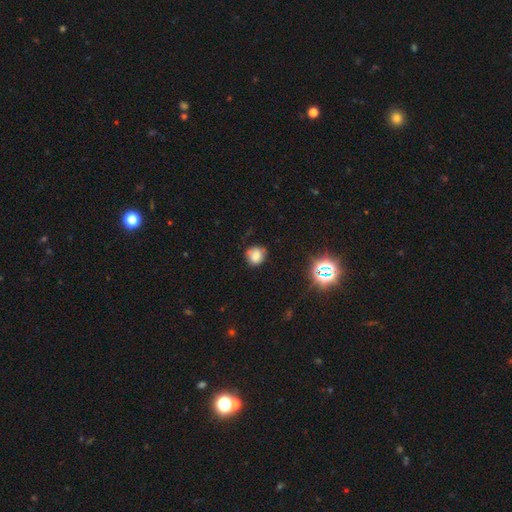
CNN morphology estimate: A smooth galaxy with no disk features (75%) that is round (82%).

Vote fractions:
- Smooth or featured? smooth: 75% / star or artifact: 14% / featured or disk: 11%
- How rounded? round: 82% / in between: 17% / cigar-shaped: 1%
- Merging? none: 72% / minor disturbance: 21% / major disturbance: 5% / merger: 2%